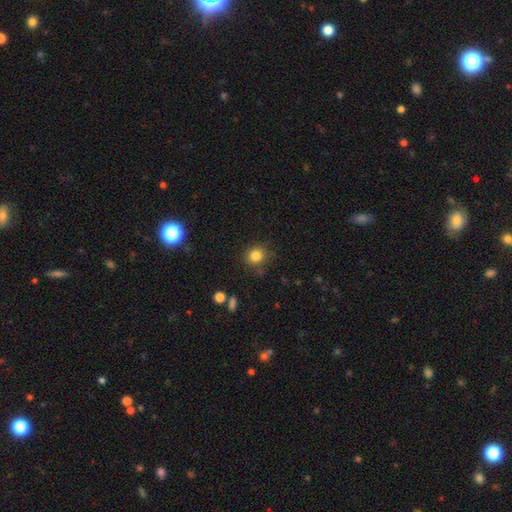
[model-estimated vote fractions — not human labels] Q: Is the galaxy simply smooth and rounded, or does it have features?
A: smooth — 83%.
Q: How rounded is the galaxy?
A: round — 88%.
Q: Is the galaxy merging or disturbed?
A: none — 81%.